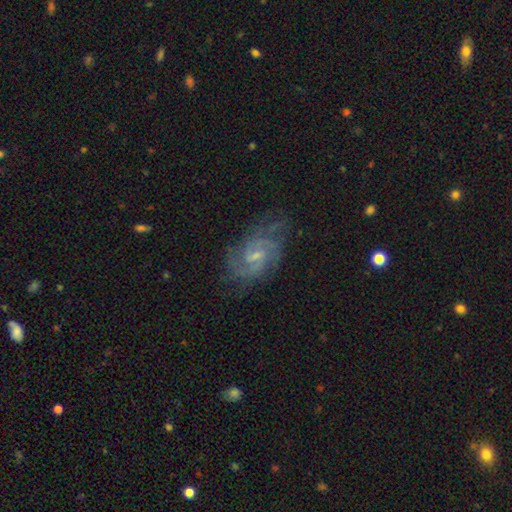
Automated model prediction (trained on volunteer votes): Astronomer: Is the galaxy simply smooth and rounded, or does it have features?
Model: featured or disk — 82%.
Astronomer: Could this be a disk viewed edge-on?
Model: no — 97%.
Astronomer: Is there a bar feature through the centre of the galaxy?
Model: weak — 55% (runner-up: no, 36%).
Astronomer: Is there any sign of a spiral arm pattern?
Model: yes — 95%.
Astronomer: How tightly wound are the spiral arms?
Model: medium — 46% (runner-up: tight, 40%).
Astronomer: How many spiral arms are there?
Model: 2 — 39% (runner-up: can't tell, 24%).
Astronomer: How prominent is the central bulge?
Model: small — 60%.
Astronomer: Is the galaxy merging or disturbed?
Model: none — 70%.